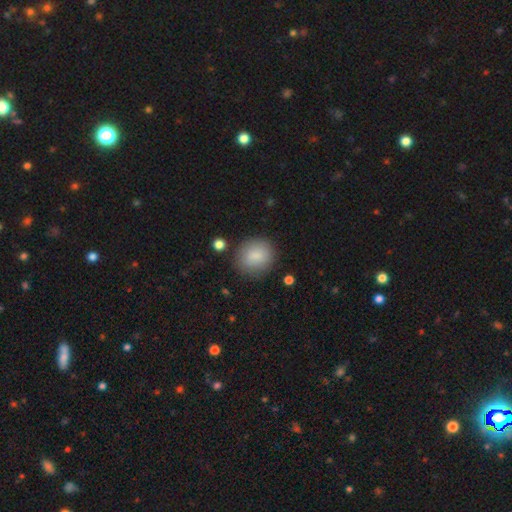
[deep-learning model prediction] Smooth or featured? Predicted: smooth (p=0.86). How rounded? Predicted: round (p=0.79). Merging? Predicted: none (p=0.81).